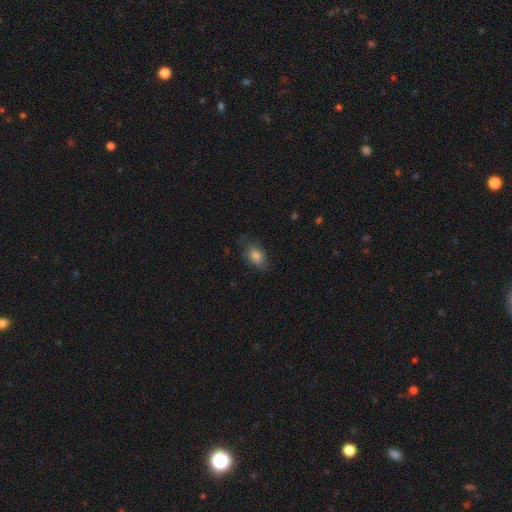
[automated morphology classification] A smooth galaxy with no disk features (80%) that is in between round and cigar-shaped (81%).

Vote fractions:
- Smooth or featured? smooth: 80% / featured or disk: 11% / star or artifact: 9%
- How rounded? in between: 81% / round: 16% / cigar-shaped: 2%
- Merging? none: 71% / minor disturbance: 21% / major disturbance: 6% / merger: 1%